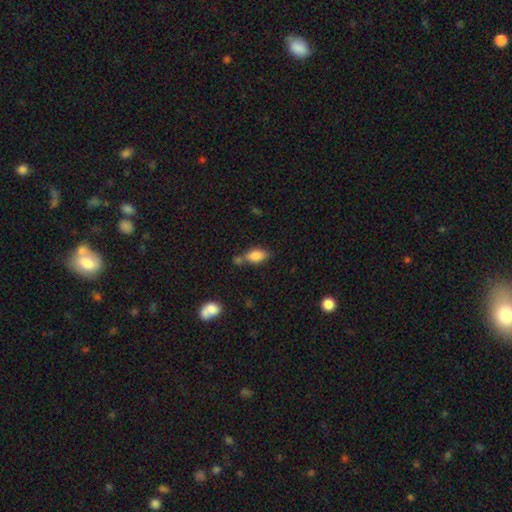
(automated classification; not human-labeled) Smooth or featured? Predicted: smooth (p=0.83). How rounded? Predicted: in between (p=0.87). Merging? Predicted: none (p=0.52).